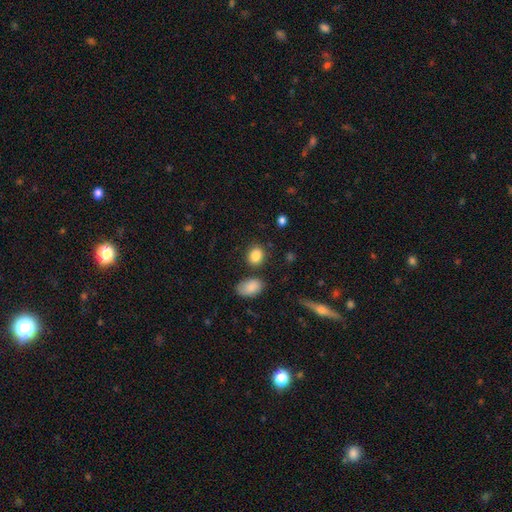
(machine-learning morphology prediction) Smooth or featured?
  - smooth: 85% *
  - star or artifact: 9%
  - featured or disk: 6%
How rounded?
  - round: 53% *
  - in between: 45%
  - cigar-shaped: 1%
Merging?
  - none: 80% *
  - minor disturbance: 11%
  - merger: 6%
  - major disturbance: 3%